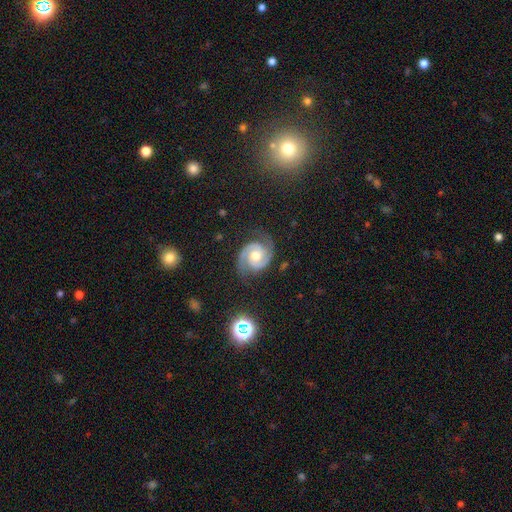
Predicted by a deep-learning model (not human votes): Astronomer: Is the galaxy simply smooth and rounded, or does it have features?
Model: featured or disk — 89%.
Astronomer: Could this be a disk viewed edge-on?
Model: no — 98%.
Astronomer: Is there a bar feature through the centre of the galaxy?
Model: no — 67%.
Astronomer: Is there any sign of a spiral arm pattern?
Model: yes — 98%.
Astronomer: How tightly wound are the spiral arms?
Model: tight — 48% (runner-up: medium, 44%).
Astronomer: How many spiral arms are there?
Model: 2 — 94%.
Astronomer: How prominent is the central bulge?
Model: moderate — 76%.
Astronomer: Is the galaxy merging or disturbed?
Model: none — 81%.